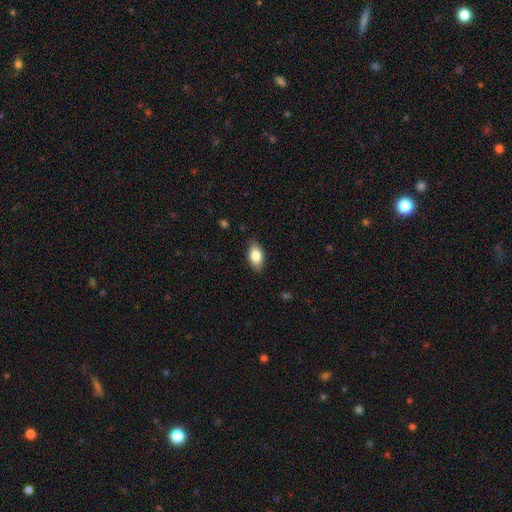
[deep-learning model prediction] A smooth galaxy with no disk features (81%) that is in between round and cigar-shaped (90%). Merging: none (84%).